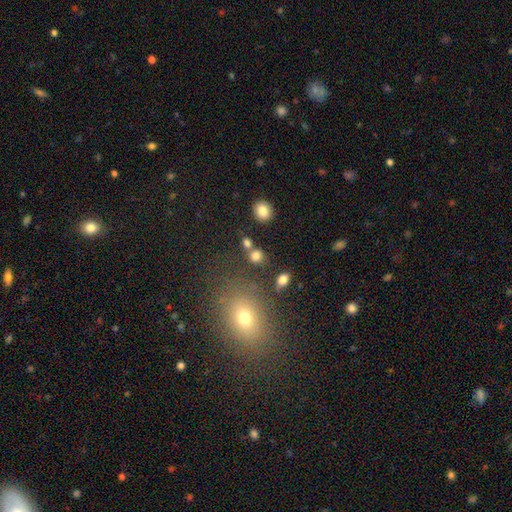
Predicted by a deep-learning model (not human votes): Q: Smooth or featured?
A: smooth (79%); runner-up: star or artifact (14%)
Q: How rounded?
A: round (74%); runner-up: in between (25%)
Q: Merging?
A: none (66%); runner-up: merger (19%)